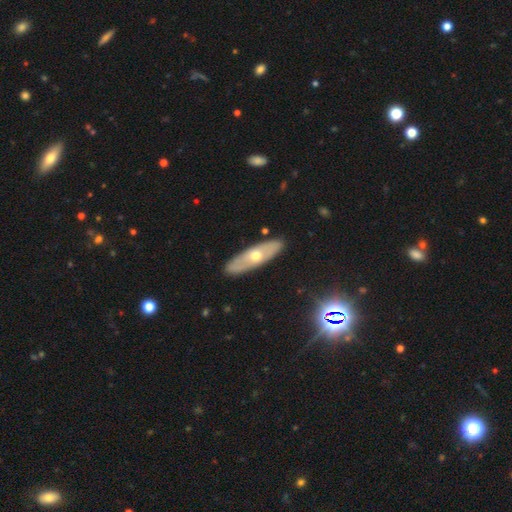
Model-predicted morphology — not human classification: Overall: featured or disk (54%; smooth 38%). Edge-on disk: no (52%; yes 48%). Merging: none (87%).